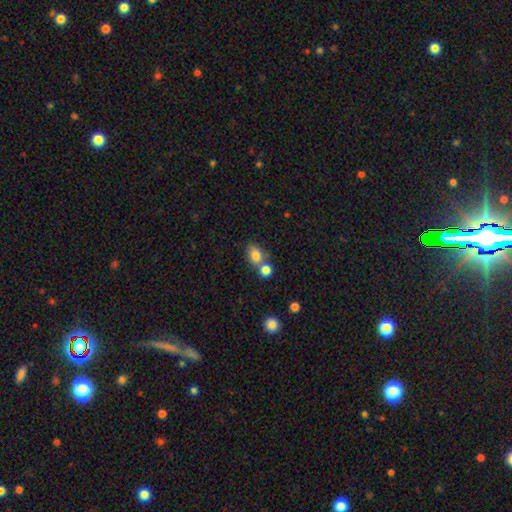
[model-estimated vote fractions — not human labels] Smooth or featured: smooth — 80% (star or artifact — 10%)
How rounded: in between — 66% (round — 31%)
Merging: none — 46% (merger — 38%)